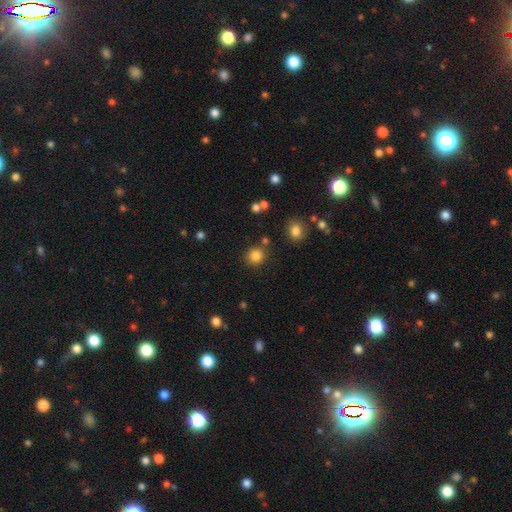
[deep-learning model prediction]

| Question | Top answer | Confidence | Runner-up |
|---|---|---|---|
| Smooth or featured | smooth | 83% | star or artifact (12%) |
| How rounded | round | 91% | in between (8%) |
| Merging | none | 83% | minor disturbance (8%) |